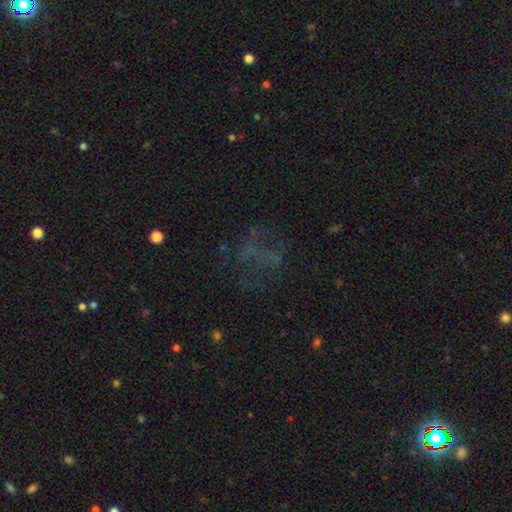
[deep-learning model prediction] star or artifact 39%, featured or disk 35%, smooth 26%.